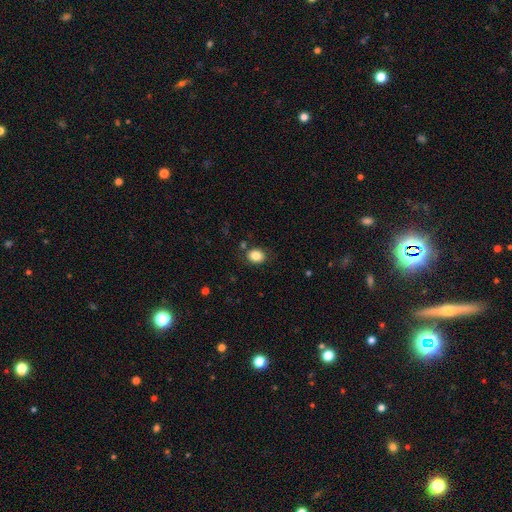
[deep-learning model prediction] smooth_or_featured: smooth (p=0.84) [alt: star or artifact p=0.10]
how_rounded: round (p=0.58) [alt: in between p=0.41]
merging: none (p=0.83) [alt: minor disturbance p=0.10]